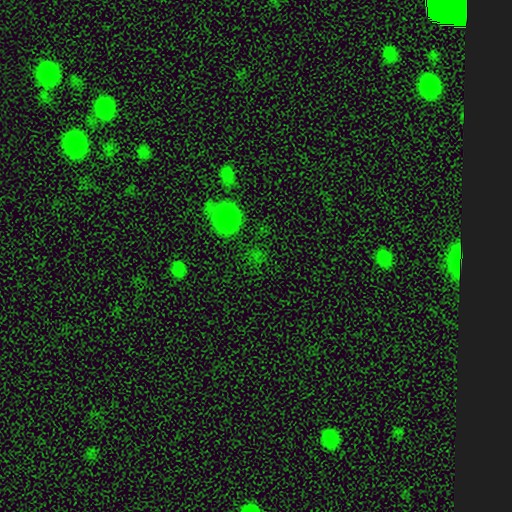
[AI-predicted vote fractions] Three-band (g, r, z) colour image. It shows a smooth galaxy with no disk features (63%) that is round (74%). Merging: none (76%).